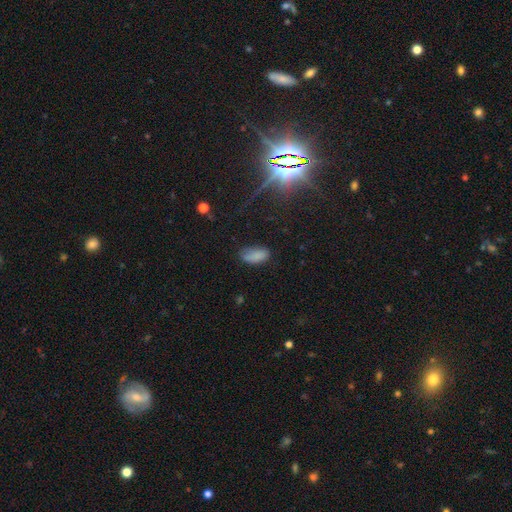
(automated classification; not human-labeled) Q: Smooth or featured?
A: smooth (82%); runner-up: star or artifact (11%)
Q: How rounded?
A: in between (91%); runner-up: cigar-shaped (6%)
Q: Merging?
A: none (64%); runner-up: minor disturbance (26%)